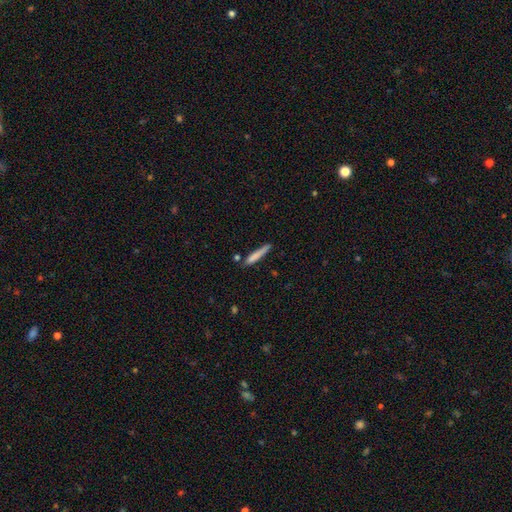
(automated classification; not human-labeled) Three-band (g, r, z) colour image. It shows a smooth galaxy with no disk features (78%) that is cigar-shaped (94%). Merging: none (78%).